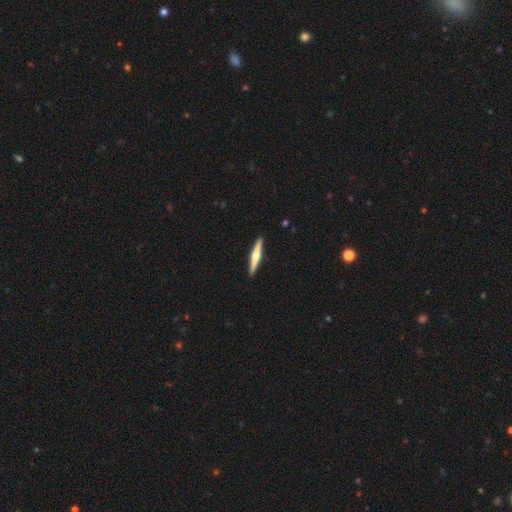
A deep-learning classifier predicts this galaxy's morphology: smooth-or-featured: featured or disk: 63% | smooth: 33% | star or artifact: 5%
  disk-edge-on: yes: 98% | no: 2%
    edge-on-bulge: rounded: 88% | none: 6% | boxy: 6%
  merging: none: 92% | minor disturbance: 6% | major disturbance: 1% | merger: 1%